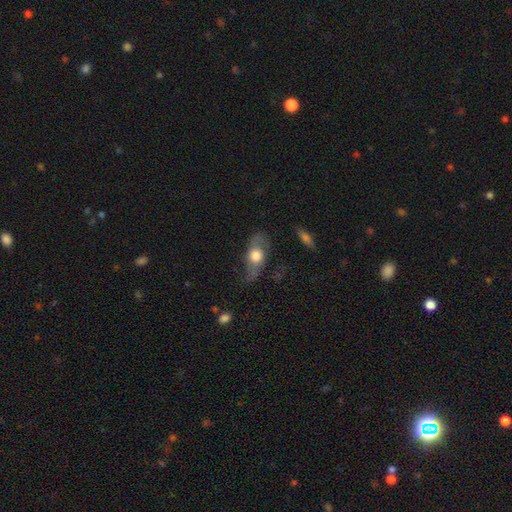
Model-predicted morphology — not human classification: featured or disk 47%, smooth 46%, star or artifact 7%. Down the decision tree: merging — none (60%).